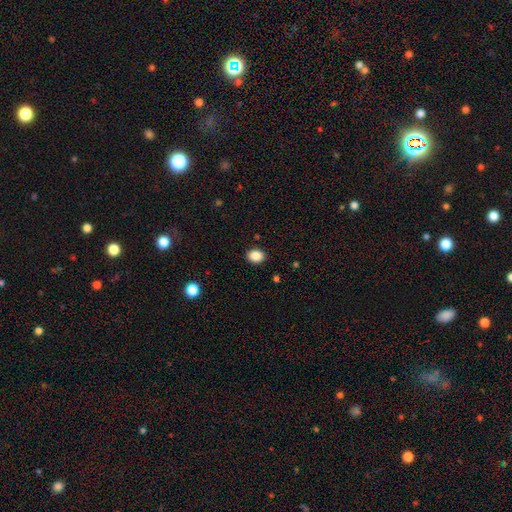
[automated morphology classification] smooth-or-featured: smooth: 88% | star or artifact: 9% | featured or disk: 3%
  how-rounded: in between: 60% | round: 39% | cigar-shaped: 1%
  merging: none: 90% | minor disturbance: 7% | major disturbance: 2% | merger: 1%